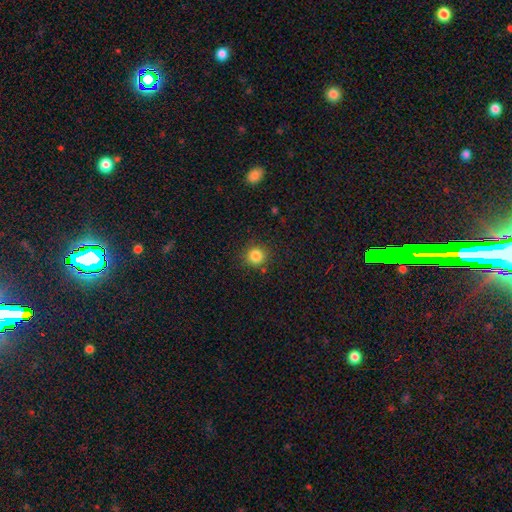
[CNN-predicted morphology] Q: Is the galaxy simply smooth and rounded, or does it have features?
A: smooth — 84%.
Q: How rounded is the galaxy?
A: round — 93%.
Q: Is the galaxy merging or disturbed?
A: none — 87%.